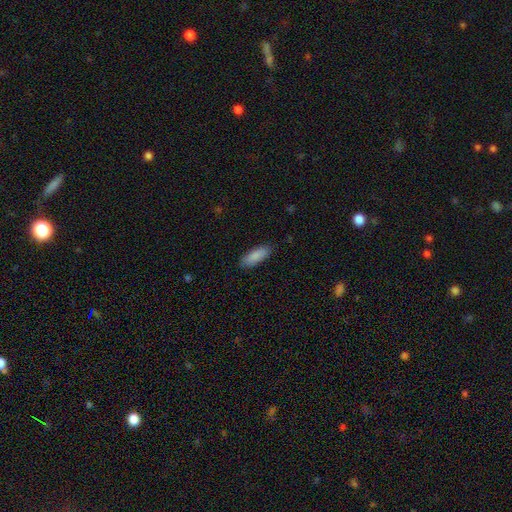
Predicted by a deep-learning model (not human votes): This appears to be a smooth galaxy with no disk features (89%) that is in between round and cigar-shaped (70%). Merging: none (87%).